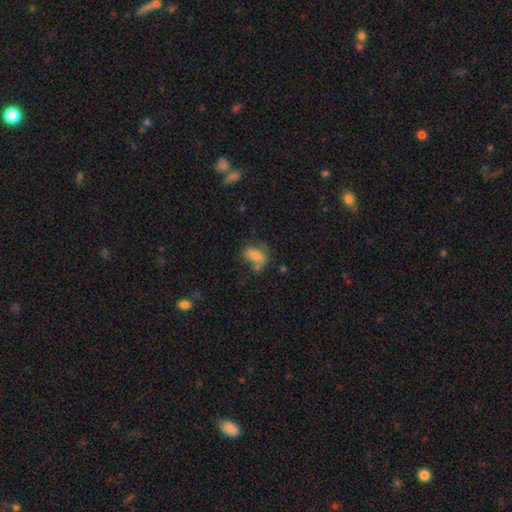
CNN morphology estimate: A smooth galaxy with no disk features (70%) that is in between round and cigar-shaped (79%).

Vote fractions:
- Smooth or featured? smooth: 70% / featured or disk: 20% / star or artifact: 10%
- How rounded? in between: 79% / round: 17% / cigar-shaped: 4%
- Merging? none: 47% / minor disturbance: 25% / merger: 15% / major disturbance: 14%